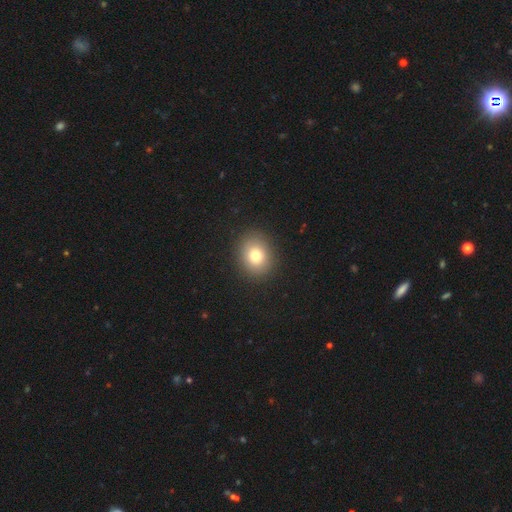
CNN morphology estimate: This appears to be a smooth galaxy with no disk features (77%) that is round (64%). Merging: none (89%).